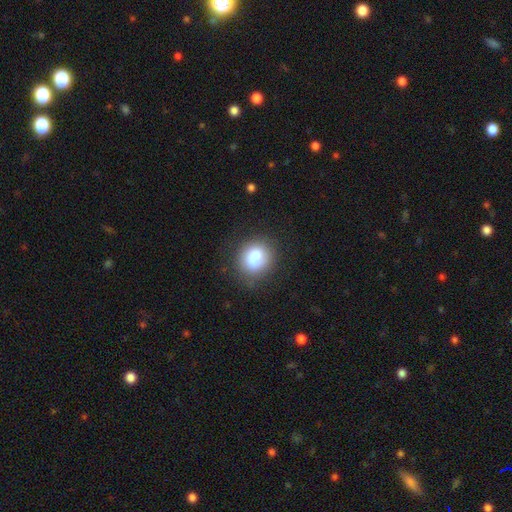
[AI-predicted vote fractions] Overall: smooth (79%). How rounded: round (69%; in between 30%). Merging: none (74%).